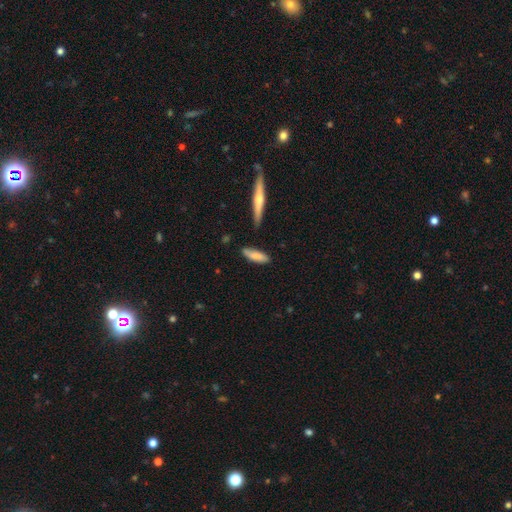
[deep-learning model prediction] smooth 79%, featured or disk 15%, star or artifact 6%. Down the decision tree: how rounded — cigar-shaped (56%); merging — none (80%).